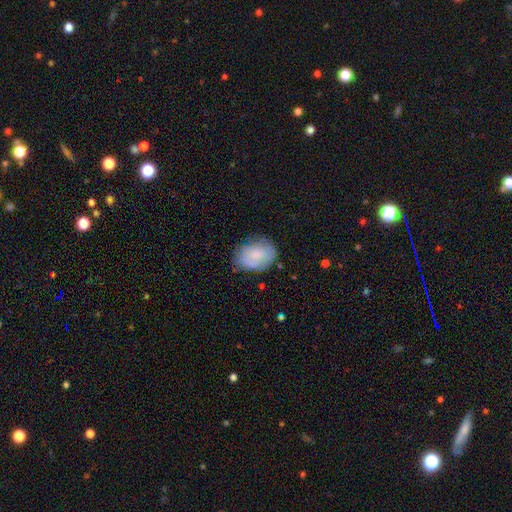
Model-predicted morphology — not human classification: This appears to be a smooth galaxy with no disk features (68%) that is in between round and cigar-shaped (74%). Merging: none (64%).